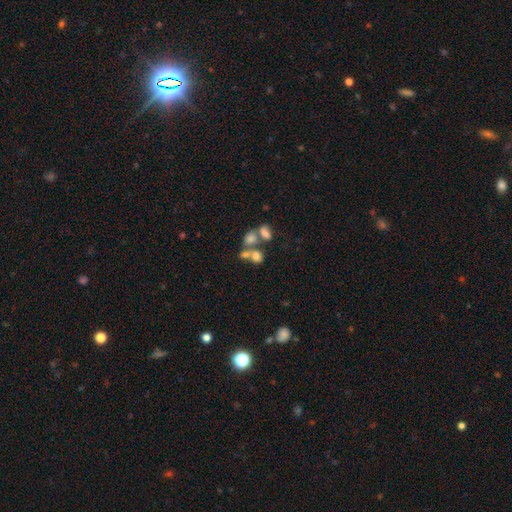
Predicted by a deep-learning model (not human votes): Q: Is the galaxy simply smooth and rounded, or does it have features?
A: smooth — 63%.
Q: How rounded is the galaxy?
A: in between — 57%.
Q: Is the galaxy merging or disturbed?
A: merger — 54%.